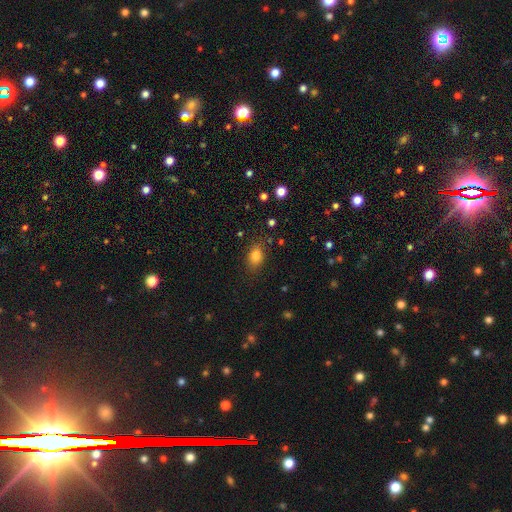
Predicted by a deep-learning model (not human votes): Morphology: type=smooth (82%); roundness=in between (77%); merging=none (81%).